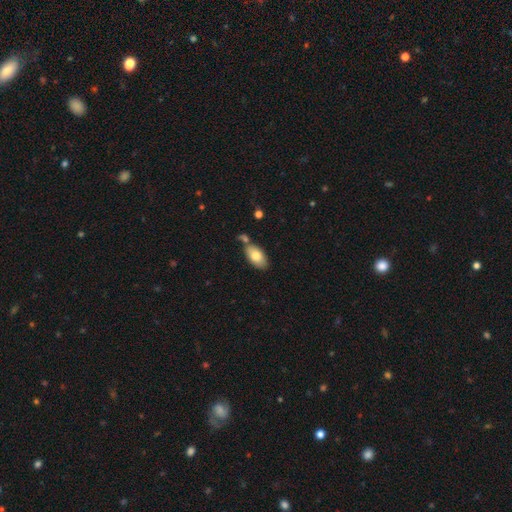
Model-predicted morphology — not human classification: Smooth or featured: smooth — 77% (featured or disk — 16%)
How rounded: in between — 93% (round — 4%)
Merging: none — 65% (merger — 16%)